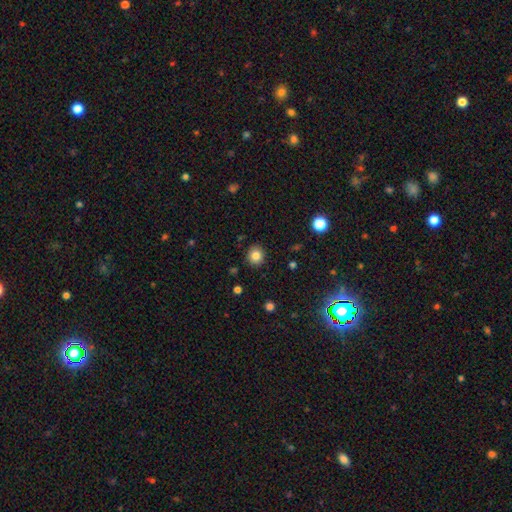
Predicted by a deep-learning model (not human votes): Smooth or featured? smooth (82%)
How rounded? round (85%)
Merging? none (90%)